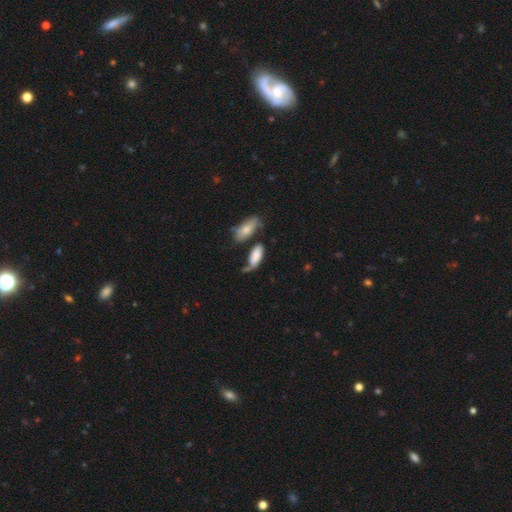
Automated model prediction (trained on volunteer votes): Q: Smooth or featured?
A: smooth (74%); runner-up: featured or disk (18%)
Q: How rounded?
A: in between (83%); runner-up: cigar-shaped (14%)
Q: Merging?
A: none (39%); runner-up: minor disturbance (27%)